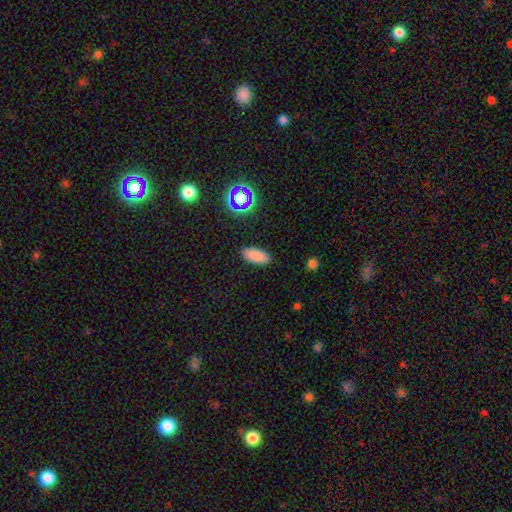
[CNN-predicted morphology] Smooth or featured? smooth (84%)
How rounded? in between (86%)
Merging? none (88%)